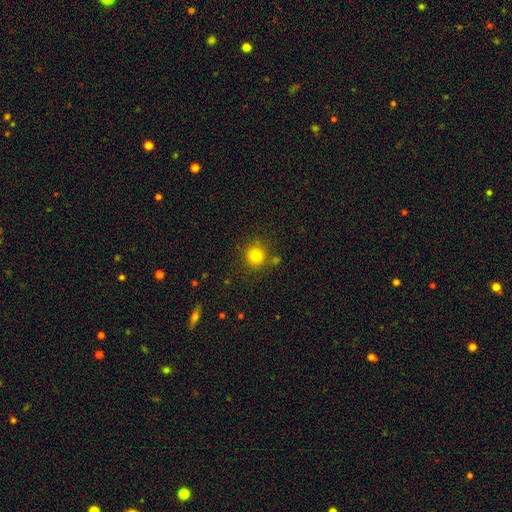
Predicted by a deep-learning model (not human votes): A smooth galaxy with no disk features (81%) that is round (92%).

Vote fractions:
- Smooth or featured? smooth: 81% / star or artifact: 13% / featured or disk: 6%
- How rounded? round: 92% / in between: 7% / cigar-shaped: 1%
- Merging? none: 81% / minor disturbance: 9% / merger: 6% / major disturbance: 3%